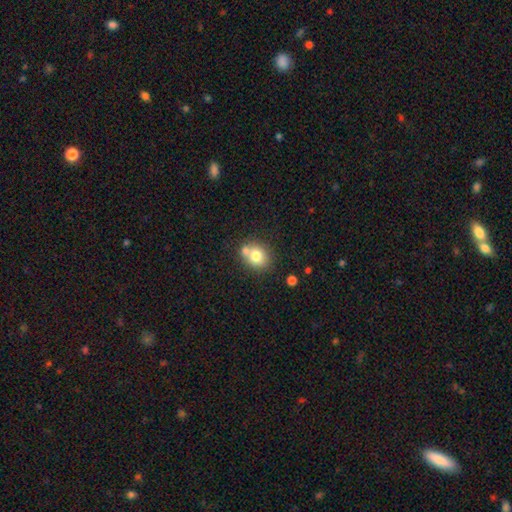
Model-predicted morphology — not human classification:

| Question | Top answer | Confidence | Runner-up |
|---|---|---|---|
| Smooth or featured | smooth | 75% | featured or disk (15%) |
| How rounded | round | 67% | in between (32%) |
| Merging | none | 56% | merger (29%) |